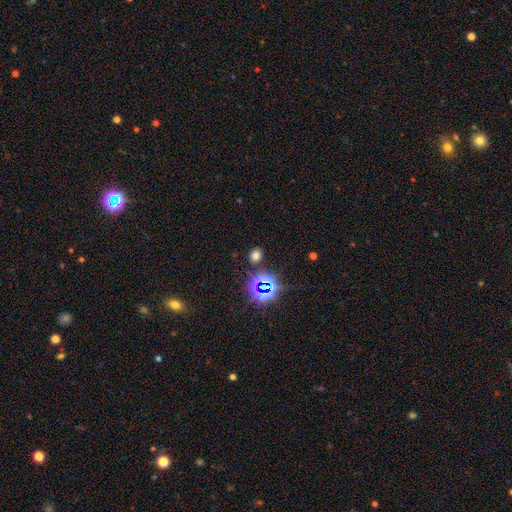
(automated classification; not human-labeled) Overall: smooth (64%; star or artifact 29%). How rounded: round (72%). Merging: none (85%).